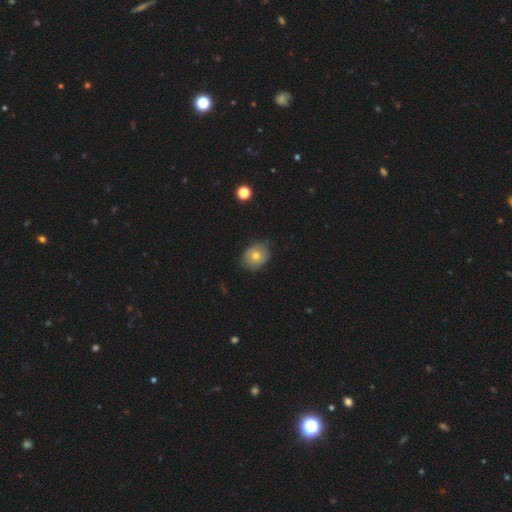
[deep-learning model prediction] smooth_or_featured: smooth (p=0.71) [alt: featured or disk p=0.19]
how_rounded: round (p=0.62) [alt: in between p=0.37]
merging: none (p=0.76) [alt: minor disturbance p=0.20]